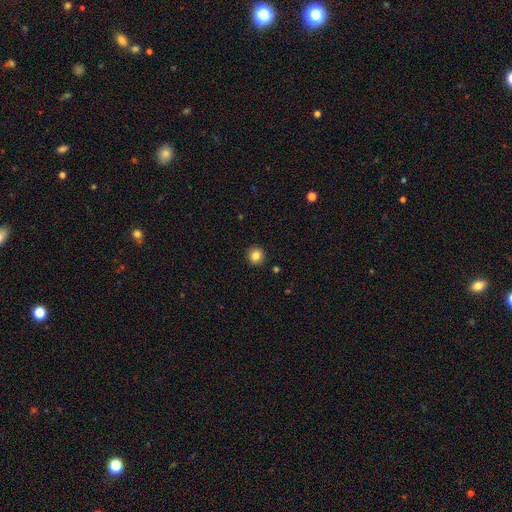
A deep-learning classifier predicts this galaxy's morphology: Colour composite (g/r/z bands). It shows a smooth galaxy with no disk features (84%) that is round (92%). Merging: none (92%).